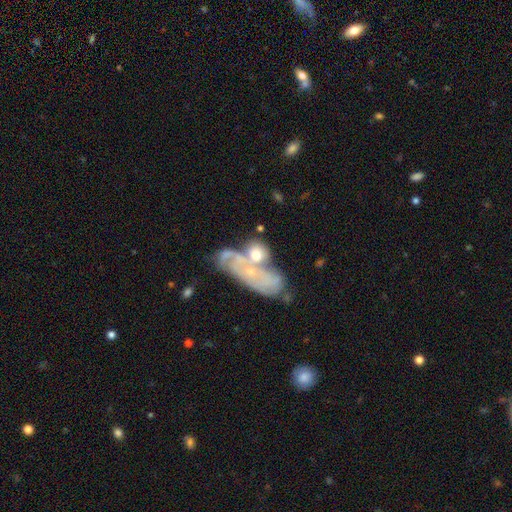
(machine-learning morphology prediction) This appears to be a featured or disk galaxy (54%). Merging: merger (44%).